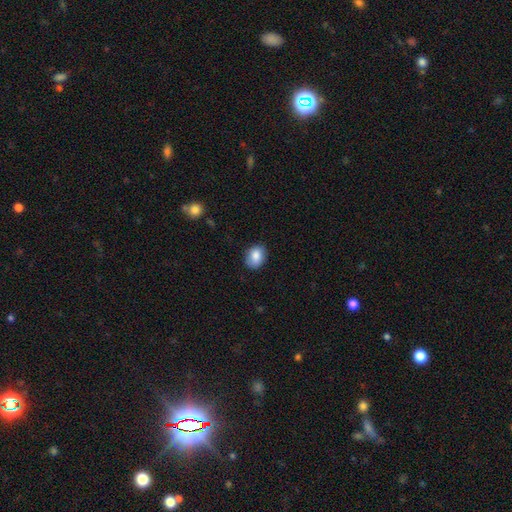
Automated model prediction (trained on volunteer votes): Morphology: type=smooth (85%); roundness=in between (63%); merging=none (81%).